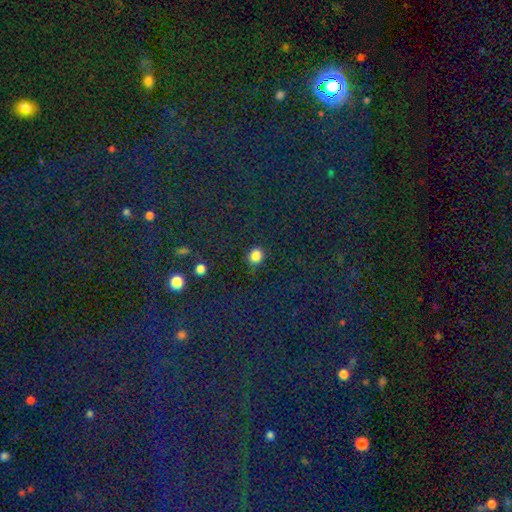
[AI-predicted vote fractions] Morphology: type=smooth (83%); roundness=round (81%); merging=none (86%).